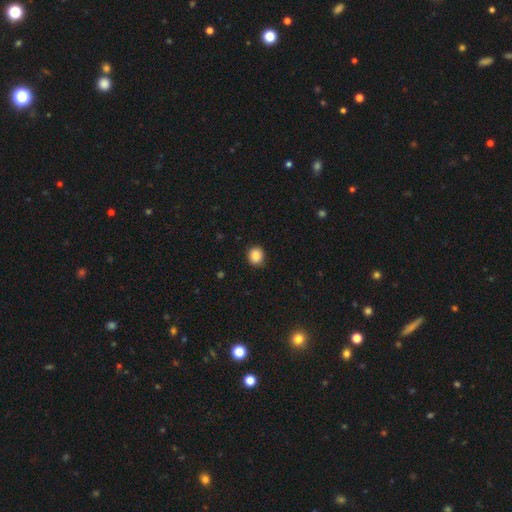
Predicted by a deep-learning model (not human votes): This is clearly a smooth galaxy (88%). How rounded: likely round (79%). Merging: clearly none (89%).